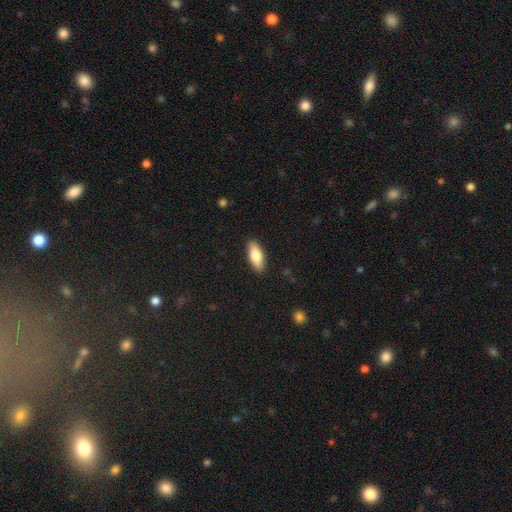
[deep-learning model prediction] Overall: smooth (78%). How rounded: in between (76%). Merging: none (89%).